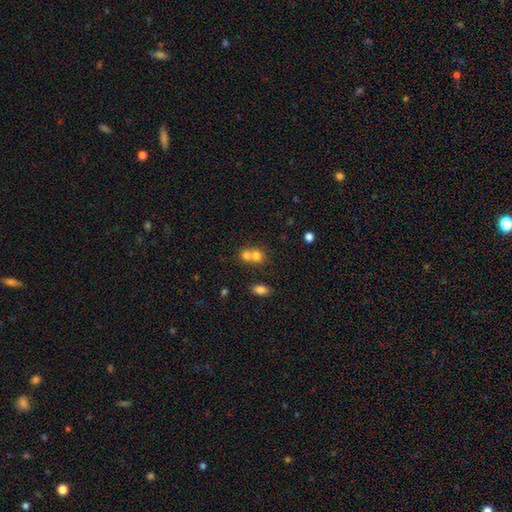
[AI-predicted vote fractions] The model was most divided on "merging": merger: 60%, none: 32%, minor disturbance: 5%, major disturbance: 3%. More confident: how rounded — round (76%); smooth or featured — smooth (74%).